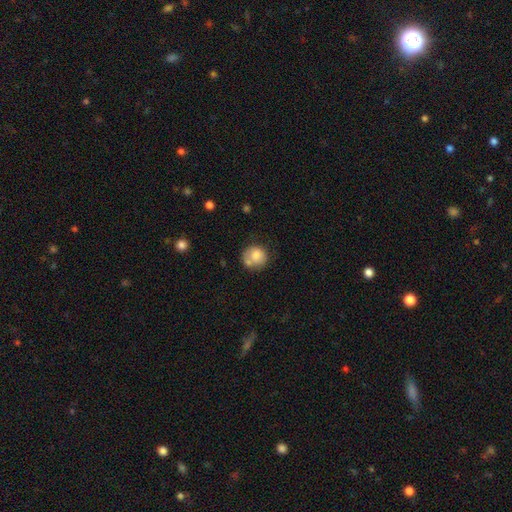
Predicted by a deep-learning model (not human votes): smooth_or_featured: smooth (p=0.78) [alt: featured or disk p=0.14]
how_rounded: round (p=0.84) [alt: in between p=0.15]
merging: none (p=0.51) [alt: merger p=0.22]